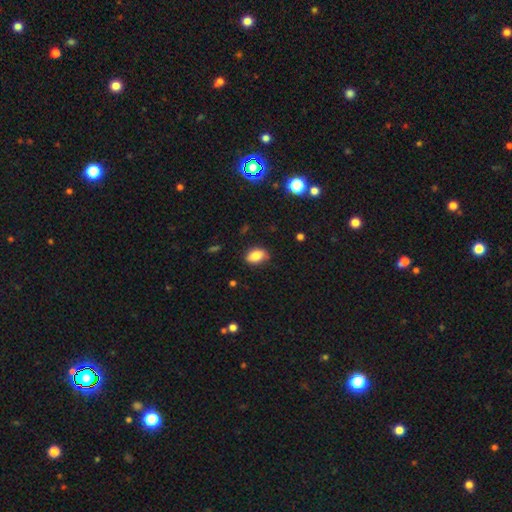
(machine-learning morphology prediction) Smooth or featured?
  - smooth: 83% *
  - featured or disk: 9%
  - star or artifact: 8%
How rounded?
  - in between: 87% *
  - round: 10%
  - cigar-shaped: 2%
Merging?
  - none: 78% *
  - minor disturbance: 18%
  - major disturbance: 3%
  - merger: 1%